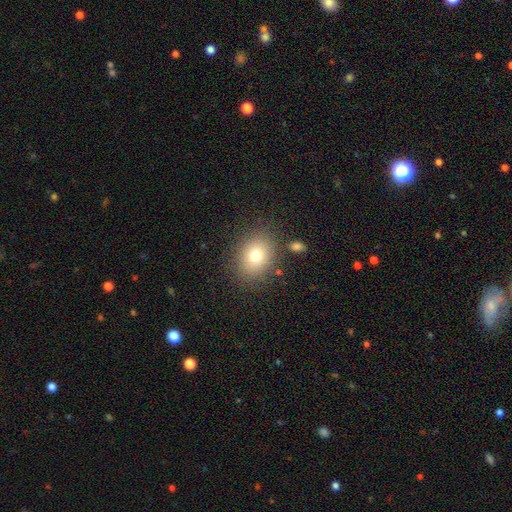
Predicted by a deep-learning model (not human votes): Overall: smooth (76%). How rounded: round (53%; in between 46%). Merging: none (82%).